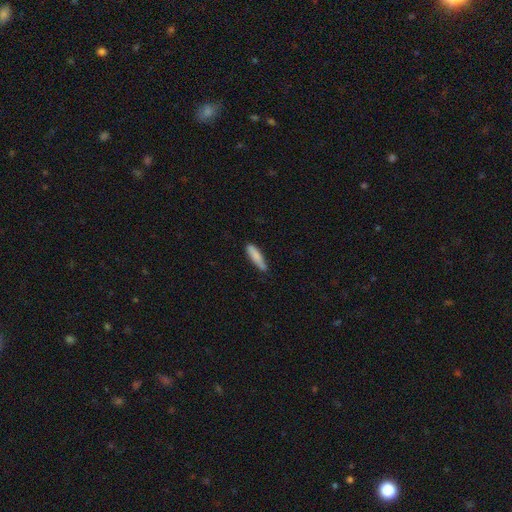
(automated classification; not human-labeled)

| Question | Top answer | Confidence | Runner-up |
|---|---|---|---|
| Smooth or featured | smooth | 83% | featured or disk (11%) |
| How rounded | cigar-shaped | 74% | in between (25%) |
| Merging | none | 72% | minor disturbance (23%) |